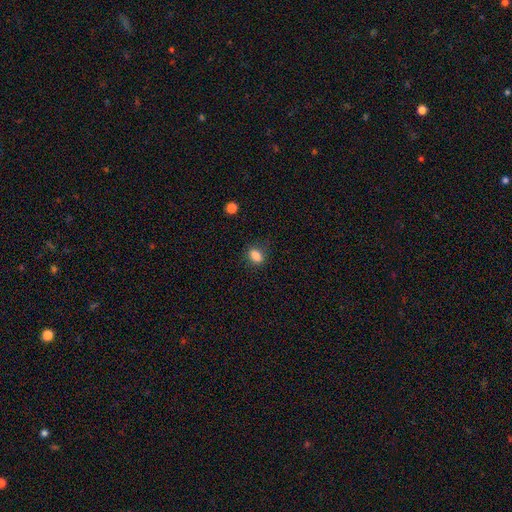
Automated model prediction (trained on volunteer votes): Overall: smooth (85%). How rounded: in between (73%). Merging: none (79%).